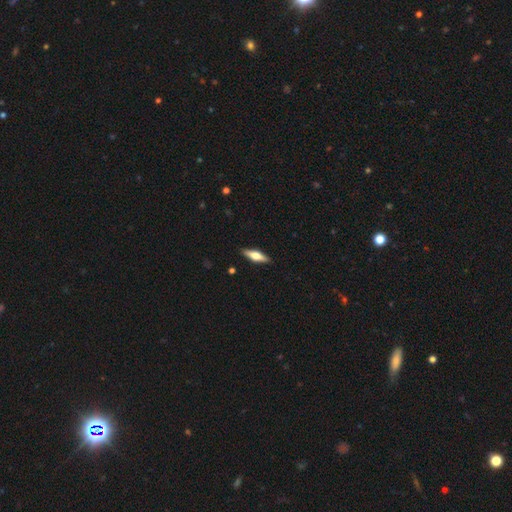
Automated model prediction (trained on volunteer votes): featured or disk 49%, smooth 45%, star or artifact 6%. Down the decision tree: merging — none (90%).